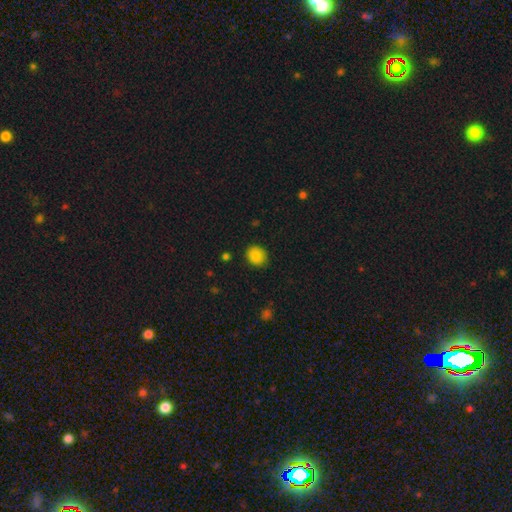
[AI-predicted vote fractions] Smooth or featured?
  - smooth: 87% *
  - star or artifact: 10%
  - featured or disk: 3%
How rounded?
  - round: 69% *
  - in between: 30%
  - cigar-shaped: 1%
Merging?
  - none: 84% *
  - minor disturbance: 12%
  - major disturbance: 3%
  - merger: 1%